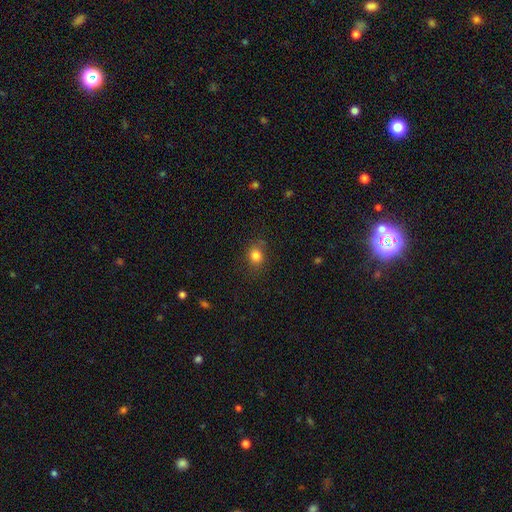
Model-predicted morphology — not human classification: A smooth galaxy with no disk features (82%) that is round (62%).

Vote fractions:
- Smooth or featured? smooth: 82% / star or artifact: 12% / featured or disk: 6%
- How rounded? round: 62% / in between: 37% / cigar-shaped: 1%
- Merging? none: 78% / minor disturbance: 16% / major disturbance: 5% / merger: 2%